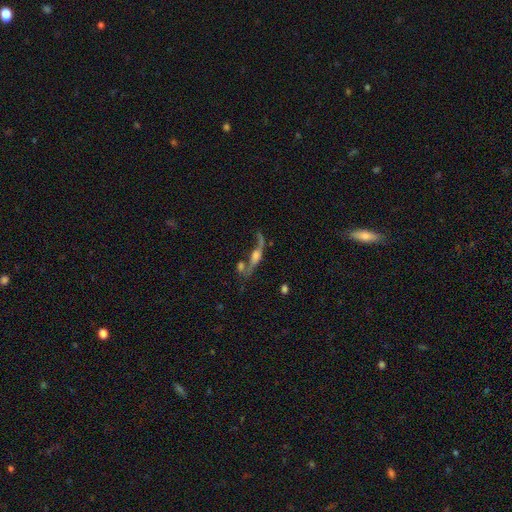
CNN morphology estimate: This appears to be a featured or disk galaxy (66%) viewed edge-on (61%). Merging: none (36%).